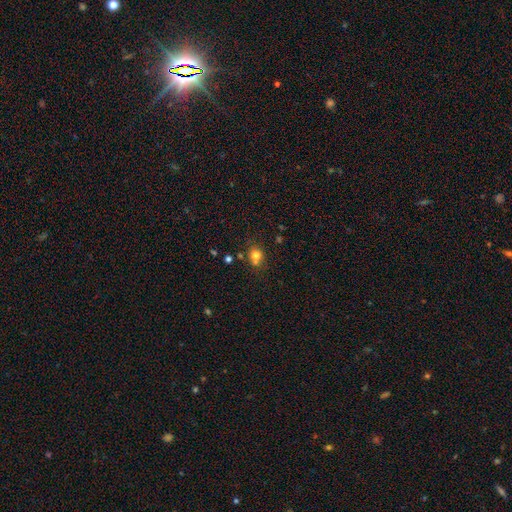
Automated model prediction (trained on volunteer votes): Overall: smooth (76%). How rounded: round (76%). Merging: none (57%; merger 26%).